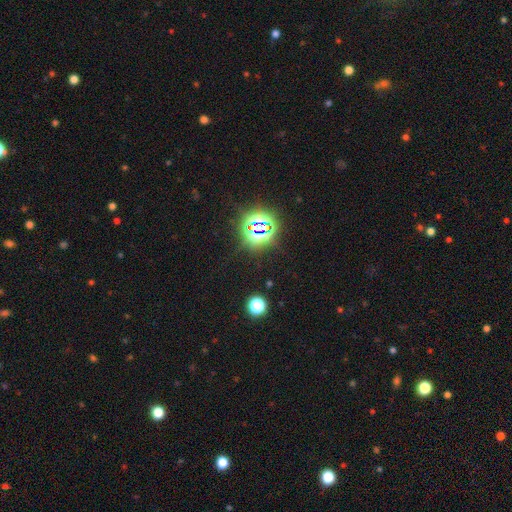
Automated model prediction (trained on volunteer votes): Smooth or featured?
  - star or artifact: 84% *
  - smooth: 11%
  - featured or disk: 6%